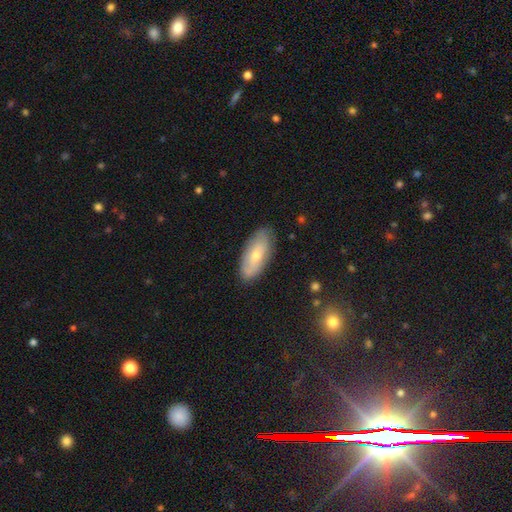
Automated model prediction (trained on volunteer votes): smooth-or-featured: smooth: 55% | featured or disk: 38% | star or artifact: 7%
  how-rounded: in between: 82% | cigar-shaped: 15% | round: 3%
  merging: none: 84% | minor disturbance: 12% | major disturbance: 3% | merger: 1%